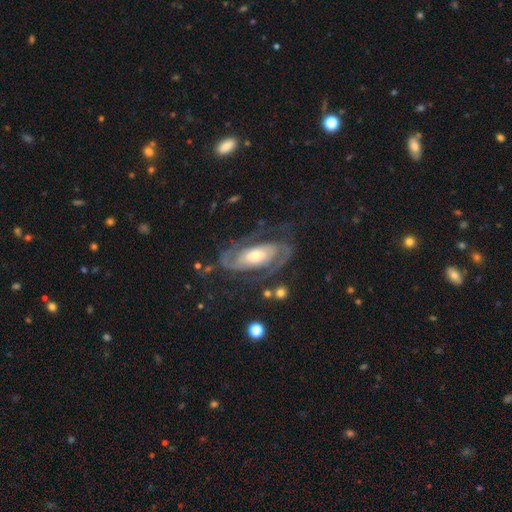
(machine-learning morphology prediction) Smooth or featured? Predicted: featured or disk (p=0.87). Edge-on disk? Predicted: no (p=0.94). Bar? Predicted: no (p=0.61). Spiral arms? Predicted: yes (p=0.94). Spiral winding? Predicted: tight (p=0.45). Spiral arm count? Predicted: 2 (p=0.82). Bulge size? Predicted: small (p=0.44). Merging? Predicted: none (p=0.67).